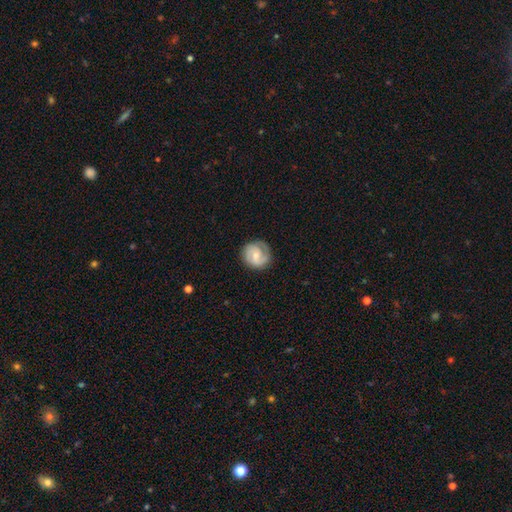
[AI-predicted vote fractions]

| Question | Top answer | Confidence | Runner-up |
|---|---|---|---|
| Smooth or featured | featured or disk | 69% | smooth (25%) |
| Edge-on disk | no | 98% | yes (2%) |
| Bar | weak | 45% | no (44%) |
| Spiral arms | yes | 92% | no (8%) |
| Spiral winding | tight | 47% | medium (40%) |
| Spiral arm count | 2 | 75% | can't tell (10%) |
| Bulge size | small | 49% | moderate (45%) |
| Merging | none | 81% | minor disturbance (14%) |